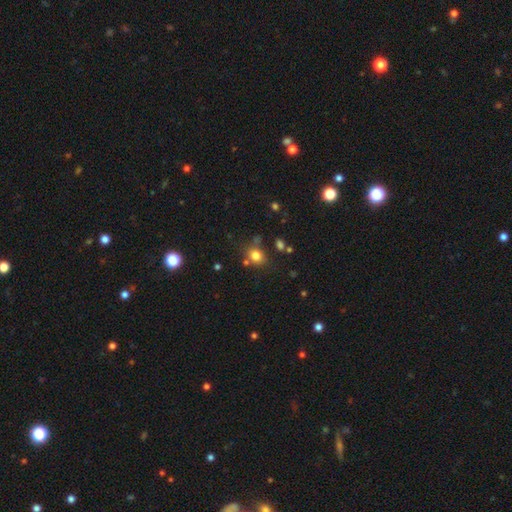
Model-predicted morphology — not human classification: type=smooth (79%); roundness=round (65%); merging=none (72%).